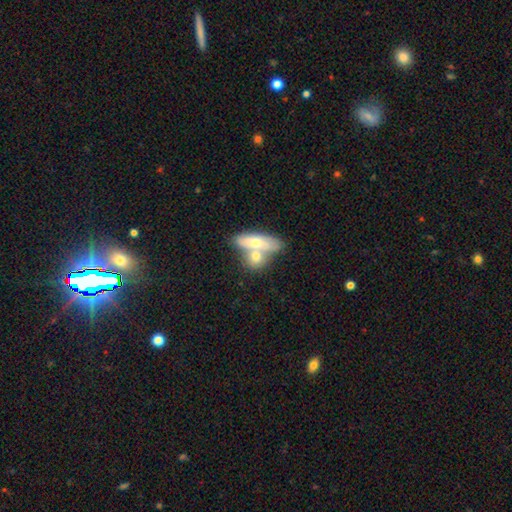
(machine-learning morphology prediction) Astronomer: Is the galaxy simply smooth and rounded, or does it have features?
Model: smooth — 64%.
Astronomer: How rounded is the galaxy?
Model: in between — 61%.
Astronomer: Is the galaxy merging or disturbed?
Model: merger — 61%.